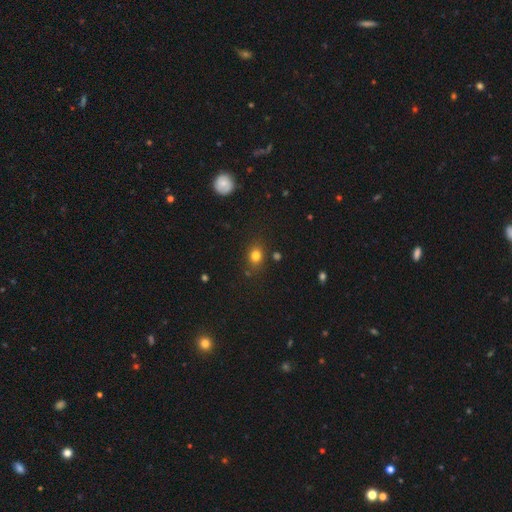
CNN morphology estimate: smooth-or-featured: smooth: 78% | star or artifact: 14% | featured or disk: 8%
  how-rounded: round: 59% | in between: 40% | cigar-shaped: 1%
  merging: none: 81% | minor disturbance: 12% | major disturbance: 3% | merger: 3%